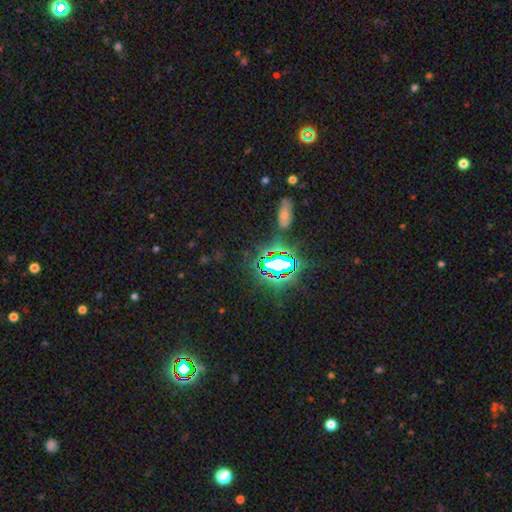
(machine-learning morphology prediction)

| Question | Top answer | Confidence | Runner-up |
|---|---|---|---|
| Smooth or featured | star or artifact | 80% | smooth (12%) |